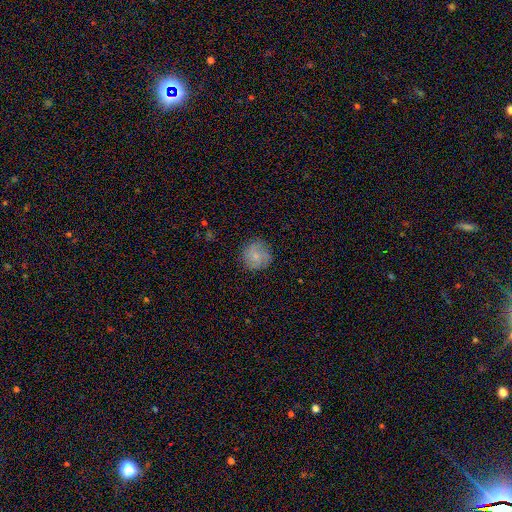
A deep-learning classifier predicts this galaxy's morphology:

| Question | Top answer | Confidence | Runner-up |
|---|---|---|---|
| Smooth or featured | smooth | 58% | featured or disk (33%) |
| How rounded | round | 91% | in between (8%) |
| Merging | none | 82% | minor disturbance (13%) |